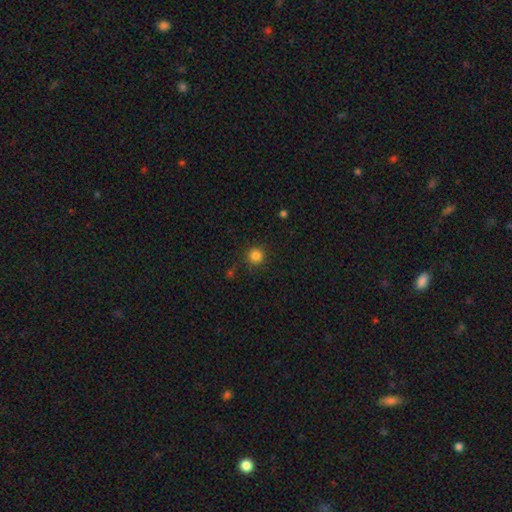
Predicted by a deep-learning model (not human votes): Smooth or featured?
  - smooth: 84% *
  - star or artifact: 13%
  - featured or disk: 4%
How rounded?
  - round: 95% *
  - in between: 4%
  - cigar-shaped: 1%
Merging?
  - none: 89% *
  - minor disturbance: 7%
  - major disturbance: 3%
  - merger: 2%